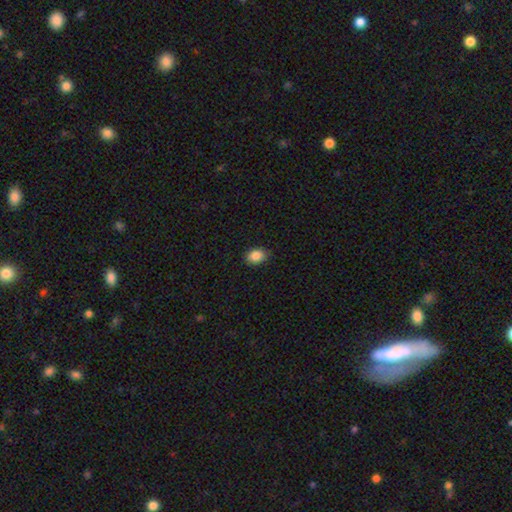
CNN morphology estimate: This appears to be a smooth galaxy with no disk features (88%) that is in between round and cigar-shaped (72%). Merging: none (85%).